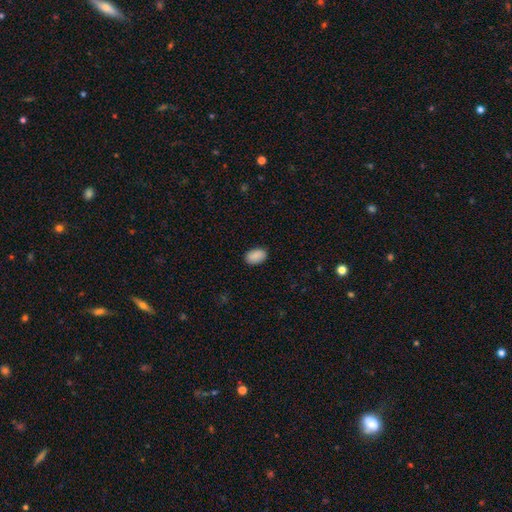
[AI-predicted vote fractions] Overall: smooth (88%). How rounded: in between (90%). Merging: none (88%).